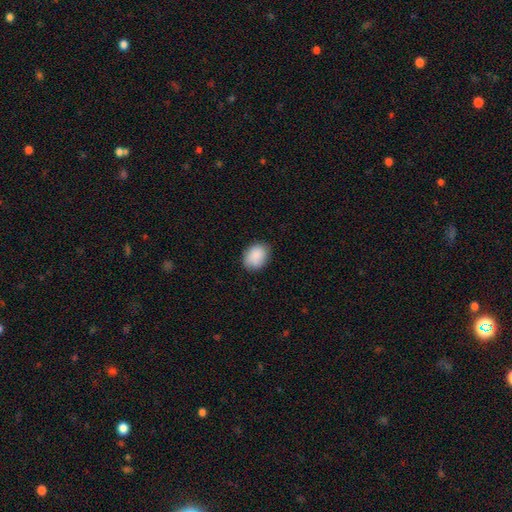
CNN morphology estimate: Smooth or featured? smooth (89%)
How rounded? in between (60%)
Merging? none (82%)